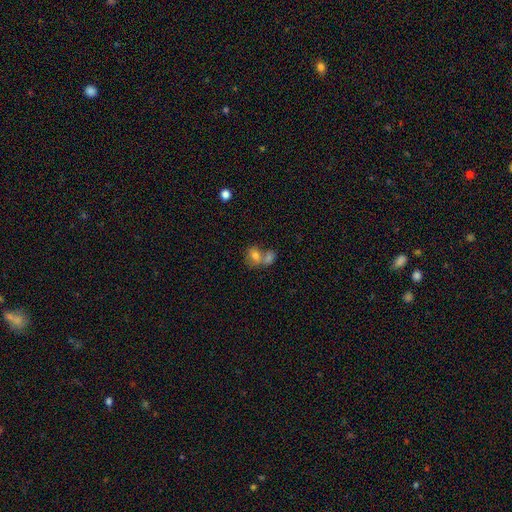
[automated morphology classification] This is likely a smooth galaxy (75%). How rounded: possibly in between (56%). Merging: possibly merger (59%).